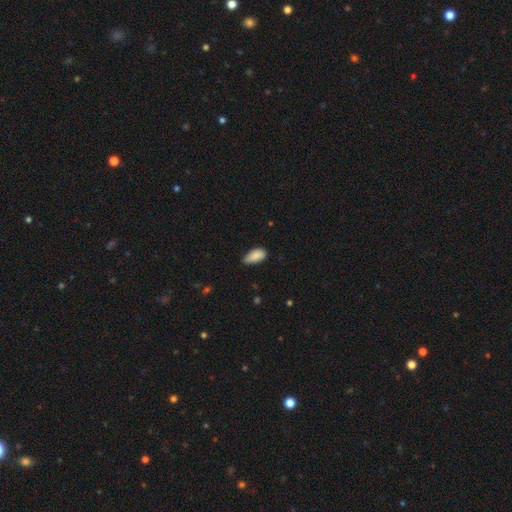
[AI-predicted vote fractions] Overall: smooth (87%). How rounded: in between (92%). Merging: none (58%; minor disturbance 36%).